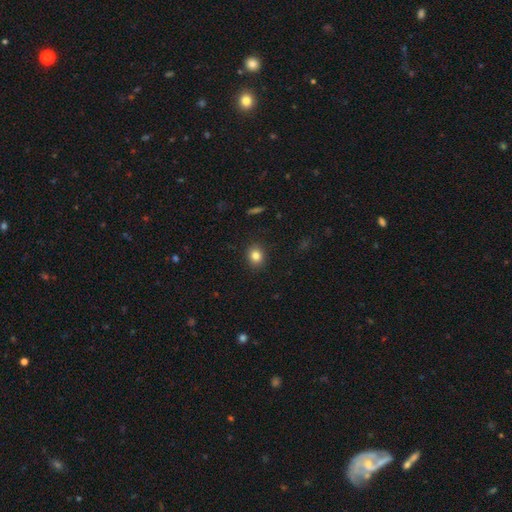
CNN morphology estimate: Smooth or featured: smooth — 83% (star or artifact — 11%)
How rounded: round — 66% (in between — 33%)
Merging: none — 90% (minor disturbance — 7%)